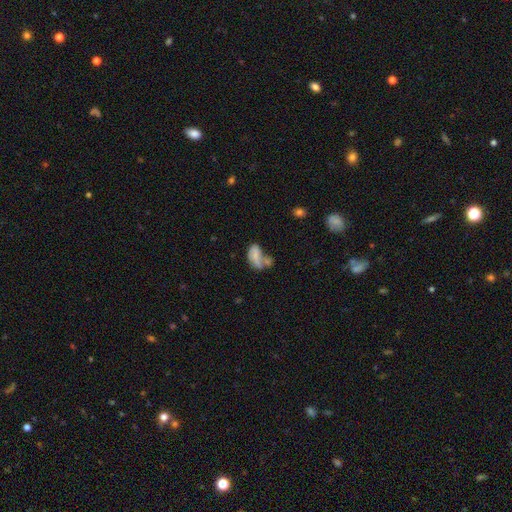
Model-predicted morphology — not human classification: smooth-or-featured: smooth: 61% | featured or disk: 29% | star or artifact: 10%
  how-rounded: in between: 90% | round: 6% | cigar-shaped: 3%
  merging: merger: 45% | none: 21% | minor disturbance: 17% | major disturbance: 17%